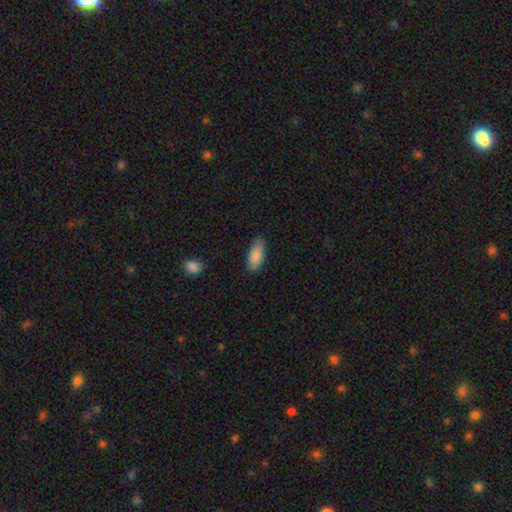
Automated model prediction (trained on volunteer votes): This appears to be a smooth galaxy with no disk features (88%) that is in between round and cigar-shaped (84%). Merging: none (78%).